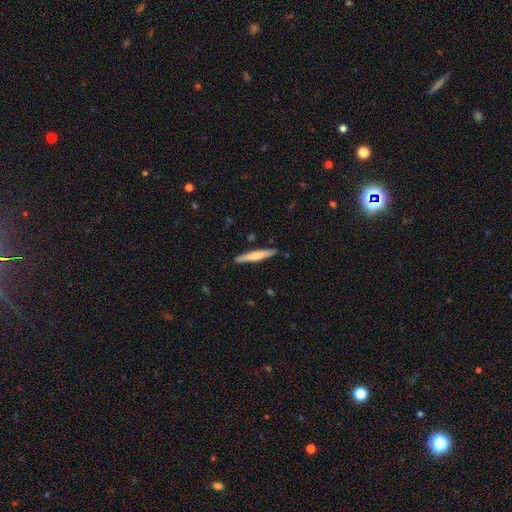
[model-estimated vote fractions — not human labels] Smooth or featured?
  - smooth: 55% *
  - featured or disk: 40%
  - star or artifact: 5%
How rounded?
  - cigar-shaped: 94% *
  - in between: 5%
  - round: 1%
Merging?
  - none: 89% *
  - minor disturbance: 8%
  - merger: 2%
  - major disturbance: 1%